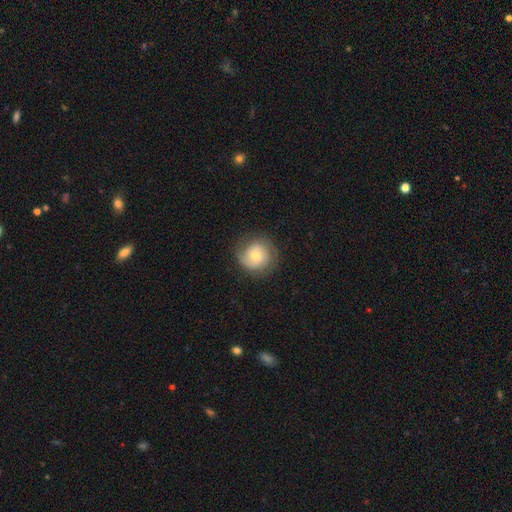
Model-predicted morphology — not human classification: Smooth or featured? Predicted: featured or disk (p=0.58). Edge-on disk? Predicted: no (p=0.98). Bar? Predicted: no (p=0.75). Spiral arms? Predicted: yes (p=0.87). Bulge size? Predicted: small (p=0.53). Merging? Predicted: none (p=0.76).